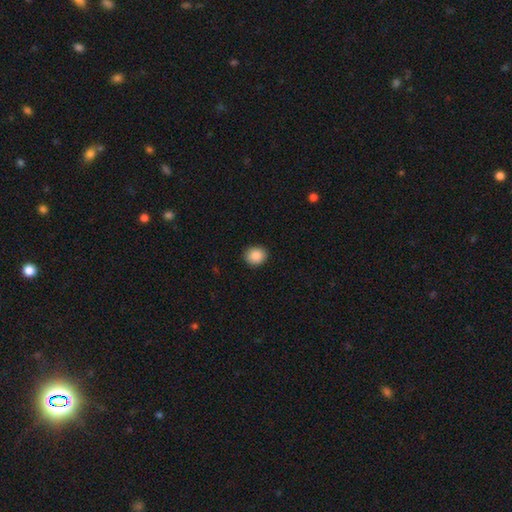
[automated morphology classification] Smooth or featured? smooth (88%)
How rounded? round (73%)
Merging? none (91%)